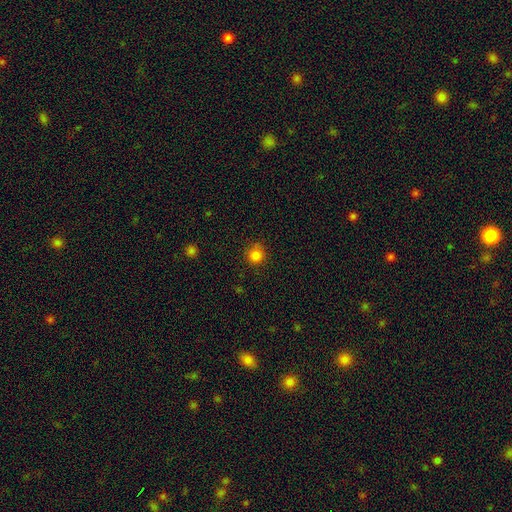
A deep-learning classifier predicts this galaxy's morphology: A smooth galaxy with no disk features (83%) that is round (92%). Merging: none (83%).